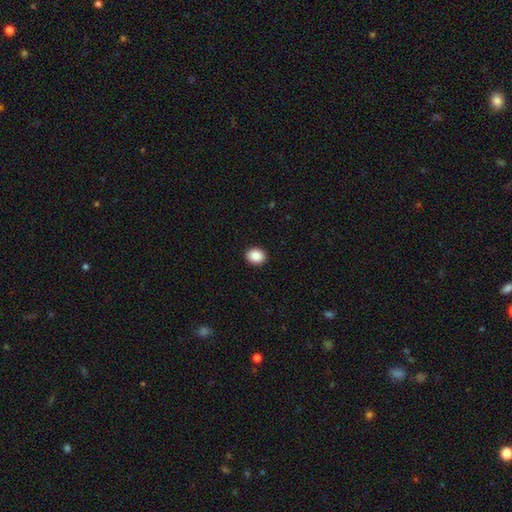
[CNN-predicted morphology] Overall: smooth (87%). How rounded: round (56%; in between 43%). Merging: none (92%).